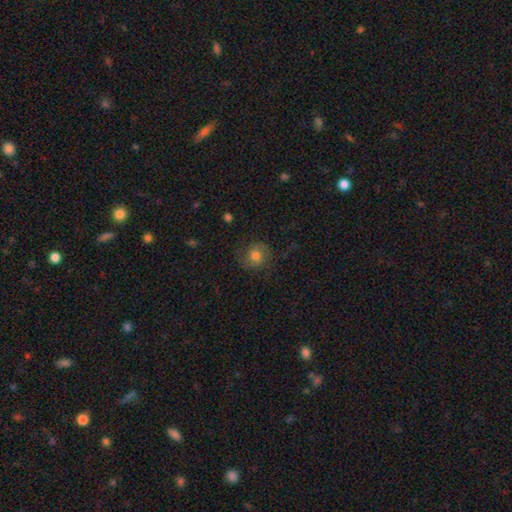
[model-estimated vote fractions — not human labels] The model was most divided on "smooth or featured": smooth: 59%, featured or disk: 30%, star or artifact: 11%. More confident: how rounded — round (84%); merging — none (74%).